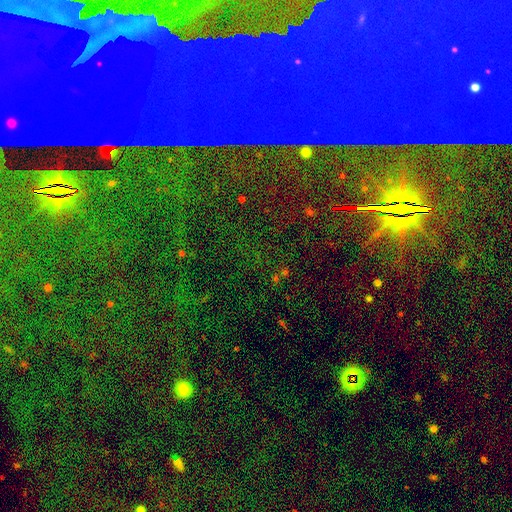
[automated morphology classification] type=star or artifact (79%).